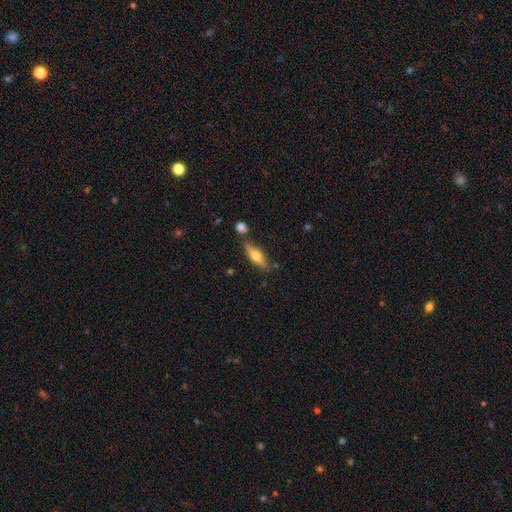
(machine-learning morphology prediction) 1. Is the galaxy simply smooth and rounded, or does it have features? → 52% smooth, 42% featured or disk, 6% star or artifact.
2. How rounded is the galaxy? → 54% cigar-shaped, 43% in between, 3% round.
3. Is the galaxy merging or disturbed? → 77% none, 13% minor disturbance, 7% merger, 3% major disturbance.